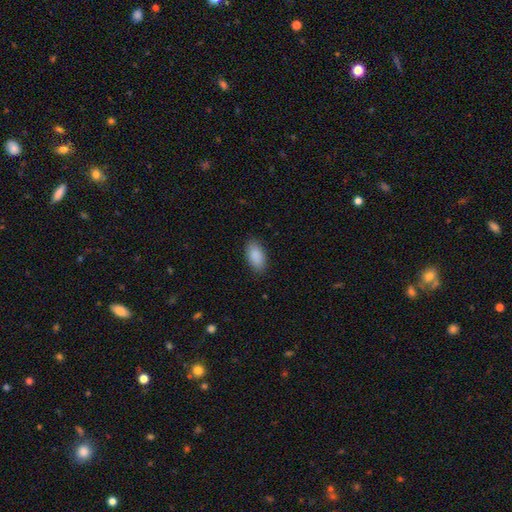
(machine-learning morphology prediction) Smooth or featured: smooth — 90% (star or artifact — 6%)
How rounded: in between — 94% (cigar-shaped — 4%)
Merging: none — 87% (minor disturbance — 10%)